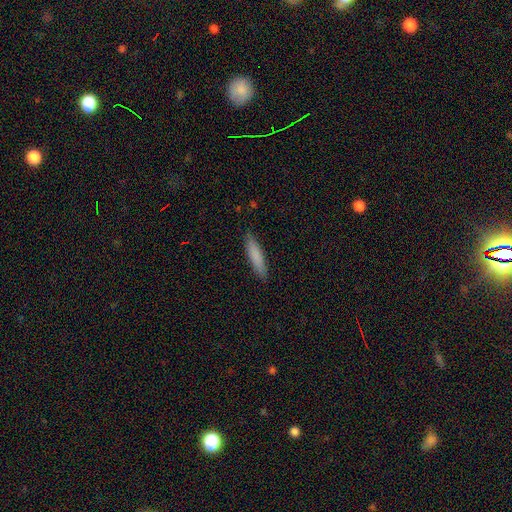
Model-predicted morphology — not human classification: A smooth galaxy with no disk features (82%) that is cigar-shaped (84%). Merging: none (88%).